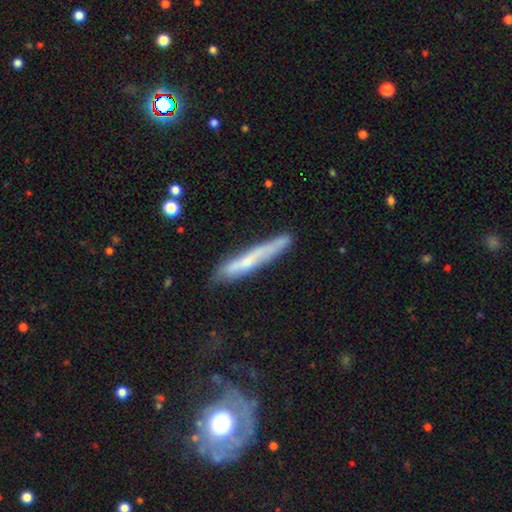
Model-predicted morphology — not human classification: smooth-or-featured: smooth: 47% | featured or disk: 45% | star or artifact: 8%
  merging: none: 72% | minor disturbance: 20% | major disturbance: 5% | merger: 3%